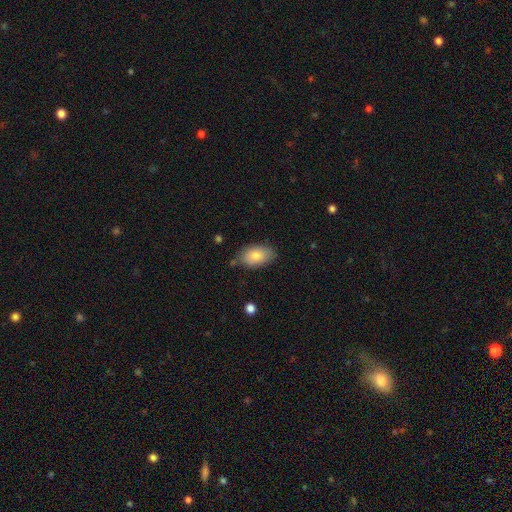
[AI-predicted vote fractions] smooth_or_featured: smooth (p=0.81) [alt: featured or disk p=0.12]
how_rounded: in between (p=0.92) [alt: round p=0.07]
merging: none (p=0.75) [alt: minor disturbance p=0.19]